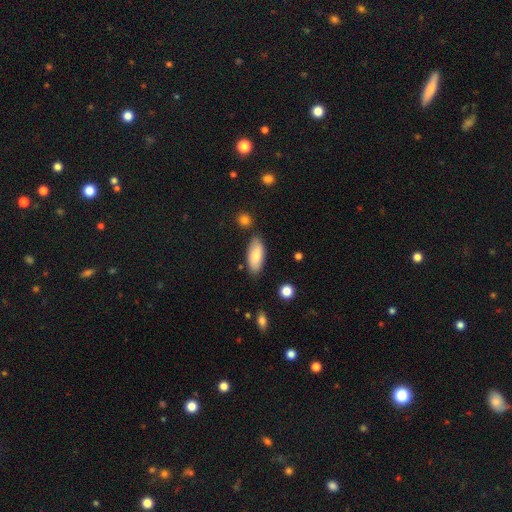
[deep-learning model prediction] smooth_or_featured: smooth (p=0.79) [alt: featured or disk p=0.15]
how_rounded: in between (p=0.86) [alt: cigar-shaped p=0.12]
merging: none (p=0.78) [alt: minor disturbance p=0.15]